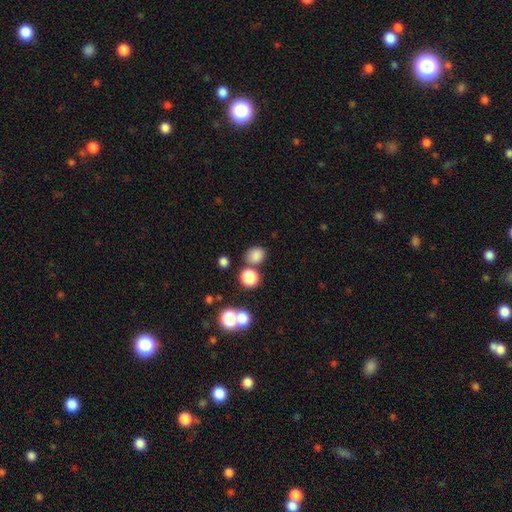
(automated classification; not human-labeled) Overall: smooth (81%). How rounded: round (58%; in between 41%). Merging: none (68%).